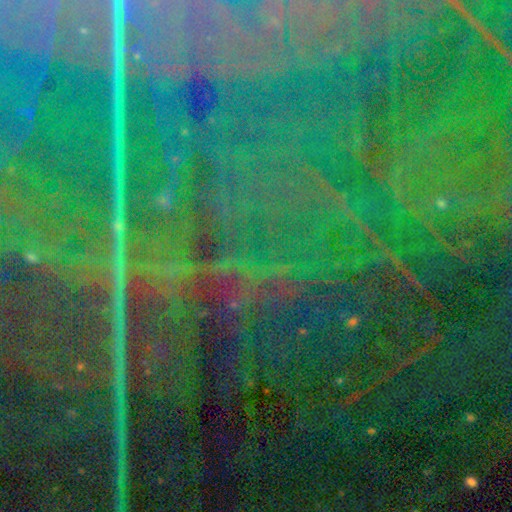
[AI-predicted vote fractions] smooth-or-featured: star or artifact: 89% | featured or disk: 6% | smooth: 5%